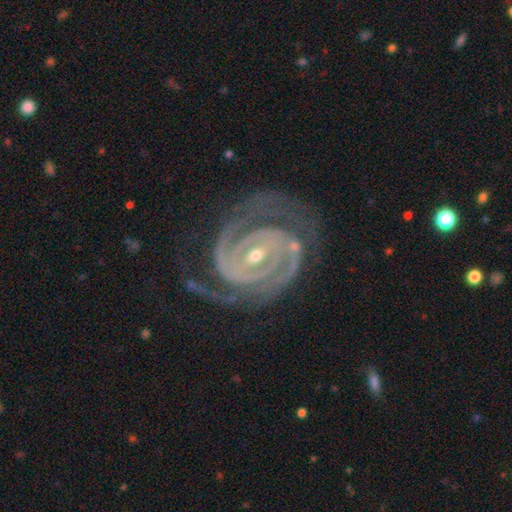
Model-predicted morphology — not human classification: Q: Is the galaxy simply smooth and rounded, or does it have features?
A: featured or disk — 93%.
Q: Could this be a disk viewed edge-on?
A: no — 97%.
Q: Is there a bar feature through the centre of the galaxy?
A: strong — 40%.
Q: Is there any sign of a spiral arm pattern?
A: yes — 99%.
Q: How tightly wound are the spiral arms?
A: tight — 76%.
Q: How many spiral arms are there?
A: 2 — 70%.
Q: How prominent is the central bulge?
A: small — 56%.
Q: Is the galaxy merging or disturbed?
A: none — 69%.